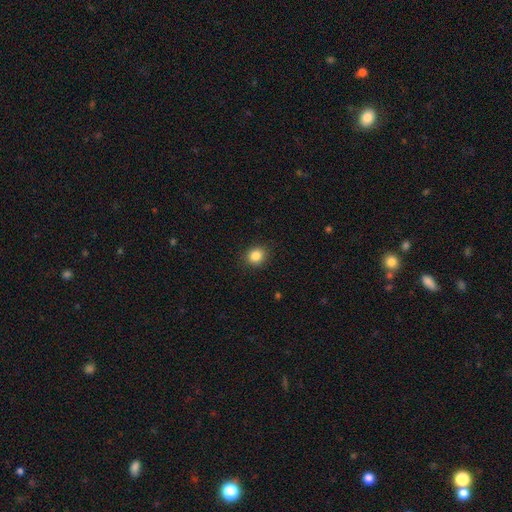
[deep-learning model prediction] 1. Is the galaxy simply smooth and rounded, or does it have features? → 85% smooth, 10% star or artifact, 5% featured or disk.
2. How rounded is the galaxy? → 73% round, 26% in between, 1% cigar-shaped.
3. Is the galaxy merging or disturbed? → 89% none, 7% minor disturbance, 2% major disturbance, 1% merger.